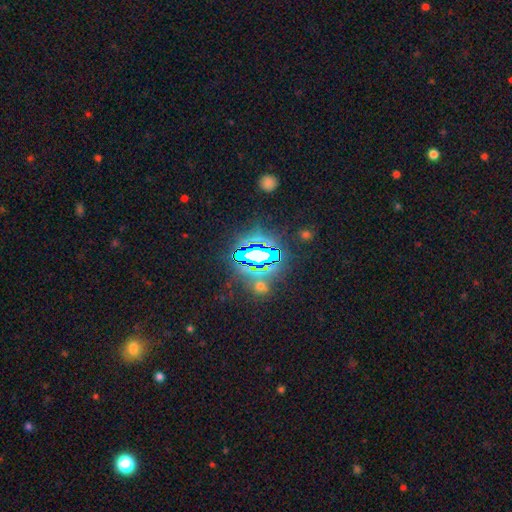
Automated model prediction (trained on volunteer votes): Smooth or featured? star or artifact (76%)